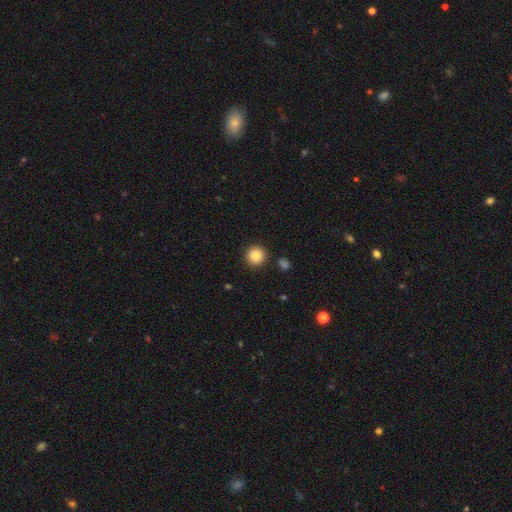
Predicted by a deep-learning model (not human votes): The model was most divided on "smooth or featured": smooth: 85%, star or artifact: 9%, featured or disk: 5%. More confident: how rounded — round (95%); merging — none (90%).